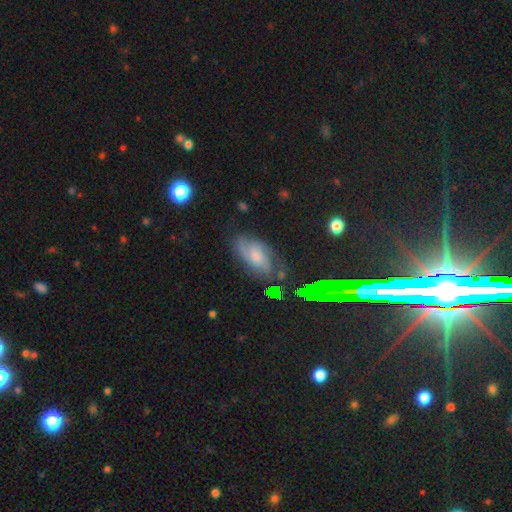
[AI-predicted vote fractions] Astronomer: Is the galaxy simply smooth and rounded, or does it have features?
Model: featured or disk — 55% (runner-up: smooth, 31%).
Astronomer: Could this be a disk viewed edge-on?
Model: no — 91%.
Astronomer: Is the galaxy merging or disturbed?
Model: none — 63%.